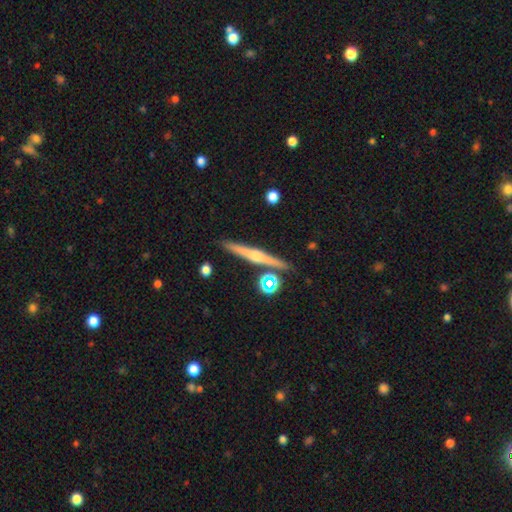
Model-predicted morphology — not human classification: Smooth or featured: featured or disk — 73% (smooth — 19%)
Edge-on disk: yes — 97% (no — 3%)
Edge-on bulge: rounded — 81% (none — 13%)
Merging: none — 83% (minor disturbance — 8%)